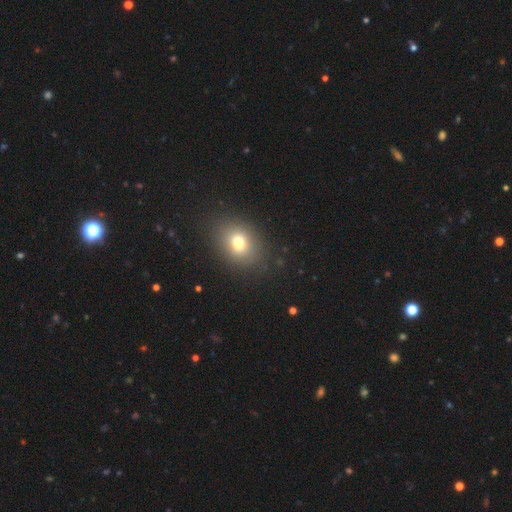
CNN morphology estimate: smooth-or-featured: smooth: 67% | star or artifact: 24% | featured or disk: 9%
  how-rounded: in between: 50% | round: 49% | cigar-shaped: 1%
  merging: none: 89% | minor disturbance: 7% | major disturbance: 2% | merger: 1%